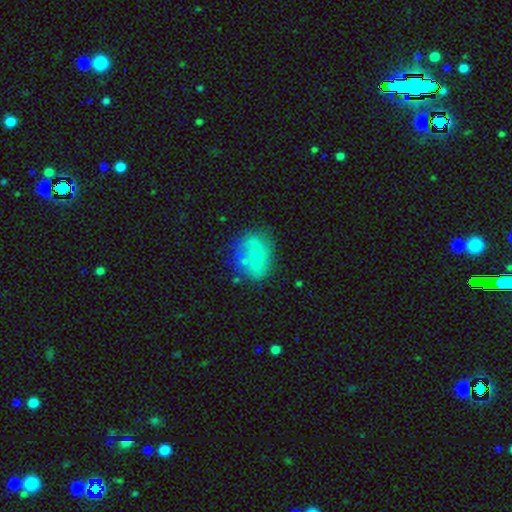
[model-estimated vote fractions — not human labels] smooth-or-featured: smooth: 49% | featured or disk: 42% | star or artifact: 9%
  merging: none: 56% | minor disturbance: 23% | merger: 12% | major disturbance: 10%